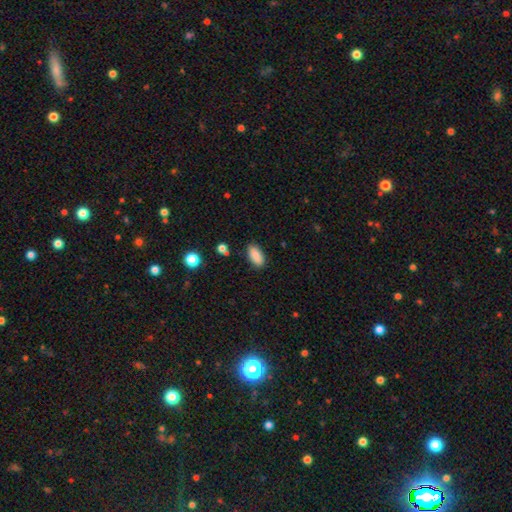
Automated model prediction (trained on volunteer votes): The model was most divided on "merging": none: 87%, minor disturbance: 9%, major disturbance: 2%, merger: 2%. More confident: how rounded — in between (90%); smooth or featured — smooth (87%).